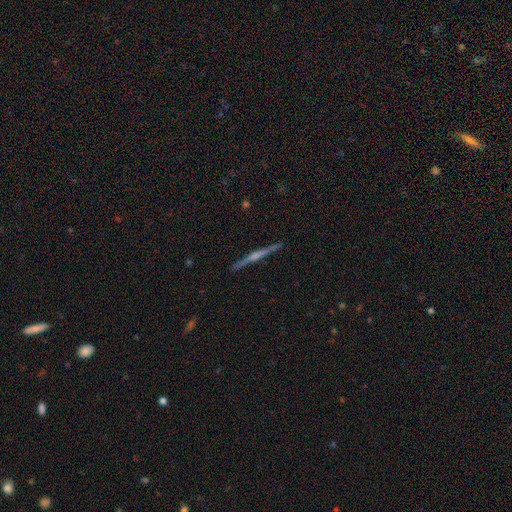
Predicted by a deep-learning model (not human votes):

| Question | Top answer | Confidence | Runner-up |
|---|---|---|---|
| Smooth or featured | featured or disk | 63% | smooth (21%) |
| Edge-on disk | yes | 93% | no (7%) |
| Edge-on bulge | rounded | 65% | none (24%) |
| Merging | none | 87% | minor disturbance (8%) |